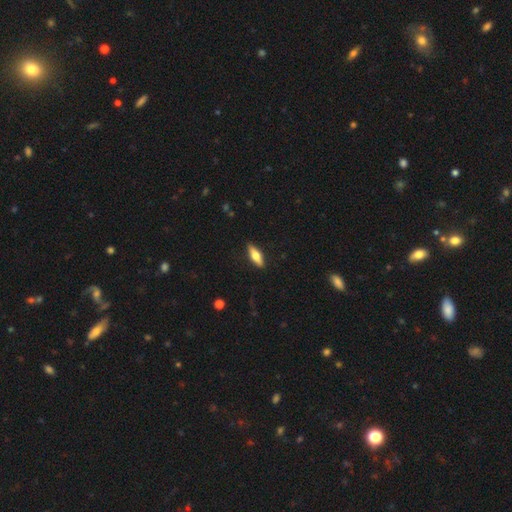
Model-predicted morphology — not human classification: smooth-or-featured: smooth: 60% | featured or disk: 35% | star or artifact: 6%
  how-rounded: in between: 55% | cigar-shaped: 42% | round: 3%
  merging: none: 89% | minor disturbance: 9% | major disturbance: 2% | merger: 1%